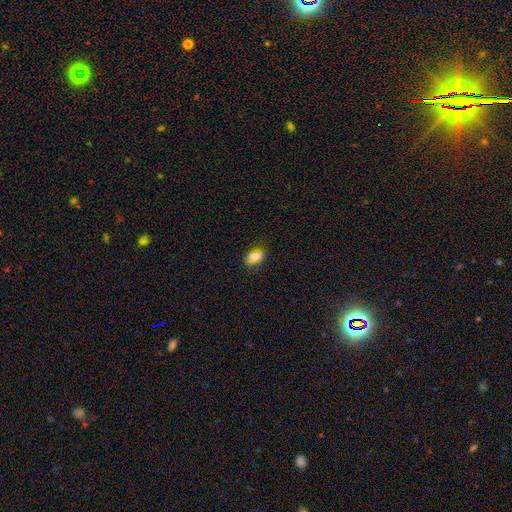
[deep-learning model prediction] A smooth galaxy with no disk features (76%) that is in between round and cigar-shaped (78%). Merging: none (78%).